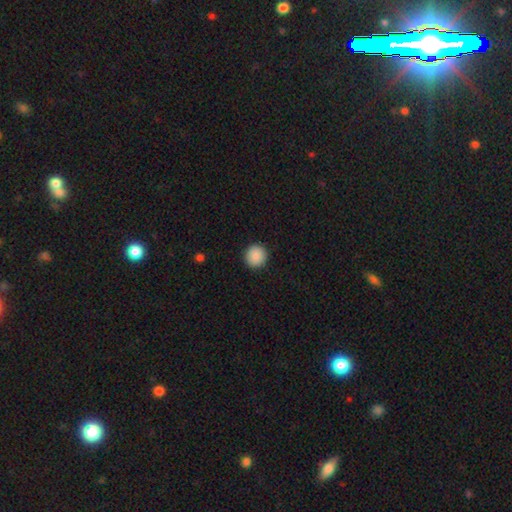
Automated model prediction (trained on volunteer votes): smooth 89%, star or artifact 8%, featured or disk 3%. Down the decision tree: how rounded — round (94%); merging — none (93%).